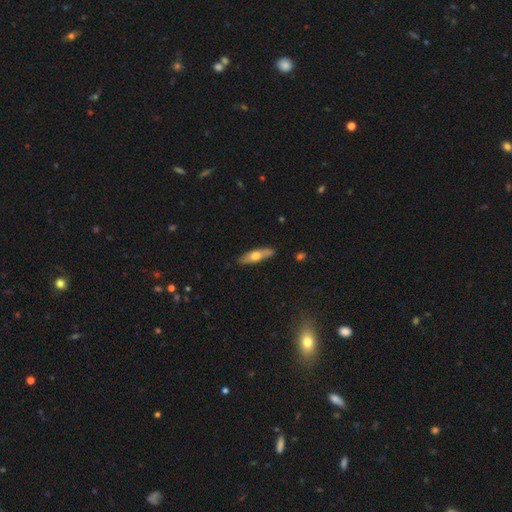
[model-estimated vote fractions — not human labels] A smooth galaxy with no disk features (52%) that is cigar-shaped (60%).

Vote fractions:
- Smooth or featured? smooth: 52% / featured or disk: 42% / star or artifact: 5%
- How rounded? cigar-shaped: 60% / in between: 37% / round: 3%
- Merging? none: 85% / minor disturbance: 11% / major disturbance: 2% / merger: 1%